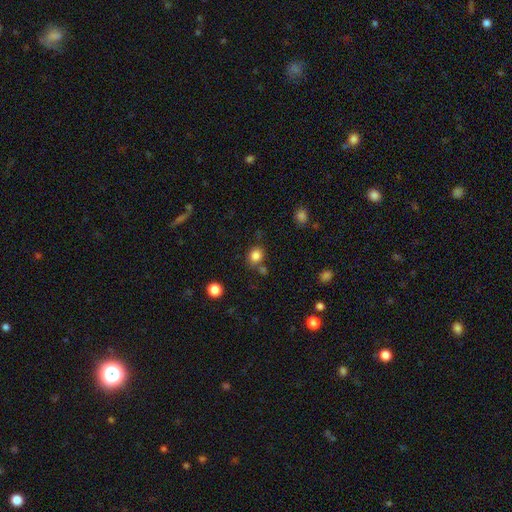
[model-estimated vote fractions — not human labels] Q: Smooth or featured?
A: smooth (83%); runner-up: star or artifact (12%)
Q: How rounded?
A: round (74%); runner-up: in between (25%)
Q: Merging?
A: none (72%); runner-up: minor disturbance (12%)